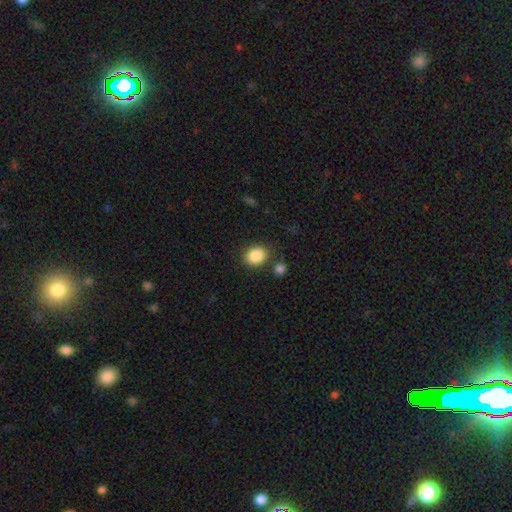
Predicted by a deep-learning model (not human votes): Smooth or featured: smooth — 88% (star or artifact — 8%)
How rounded: round — 59% (in between — 40%)
Merging: none — 79% (minor disturbance — 10%)